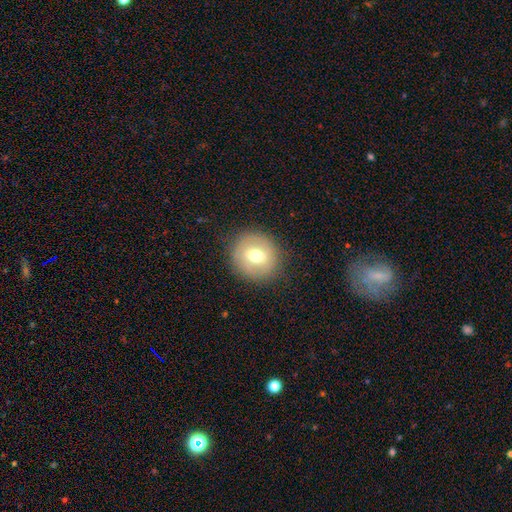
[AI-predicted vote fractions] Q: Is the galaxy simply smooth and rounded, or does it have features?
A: smooth — 60%.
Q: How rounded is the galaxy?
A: round — 83%.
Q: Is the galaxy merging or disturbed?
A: none — 85%.